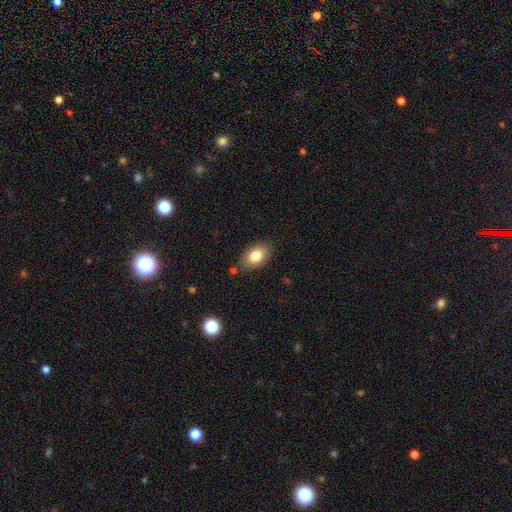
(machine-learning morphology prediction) This is clearly a smooth galaxy (81%). How rounded: clearly in between (89%). Merging: clearly none (81%).